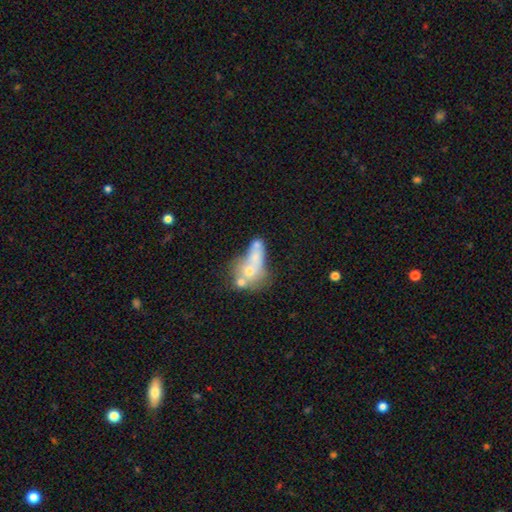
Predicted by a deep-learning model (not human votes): Smooth or featured? Predicted: smooth (p=0.50). How rounded? Predicted: in between (p=0.63). Merging? Predicted: merger (p=0.63).